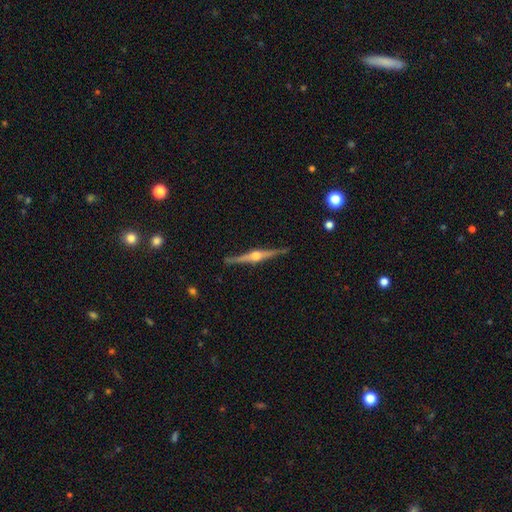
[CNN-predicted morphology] Q: Smooth or featured?
A: featured or disk (88%); runner-up: smooth (7%)
Q: Edge-on disk?
A: yes (99%); runner-up: no (1%)
Q: Edge-on bulge?
A: rounded (95%); runner-up: boxy (4%)
Q: Merging?
A: none (91%); runner-up: minor disturbance (7%)